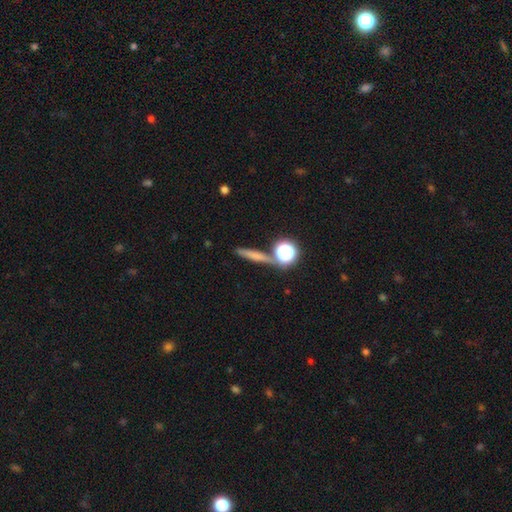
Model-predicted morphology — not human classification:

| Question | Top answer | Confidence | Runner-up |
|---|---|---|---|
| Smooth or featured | smooth | 59% | featured or disk (25%) |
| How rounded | cigar-shaped | 70% | round (19%) |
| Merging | none | 79% | merger (9%) |